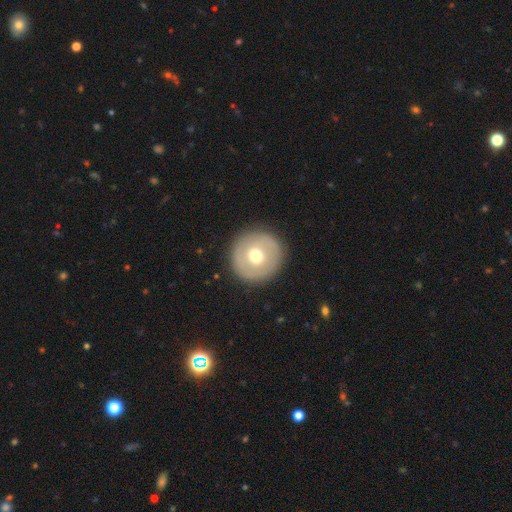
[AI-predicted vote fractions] Smooth or featured: smooth — 57% (featured or disk — 35%)
How rounded: round — 95% (in between — 5%)
Merging: none — 89% (minor disturbance — 7%)